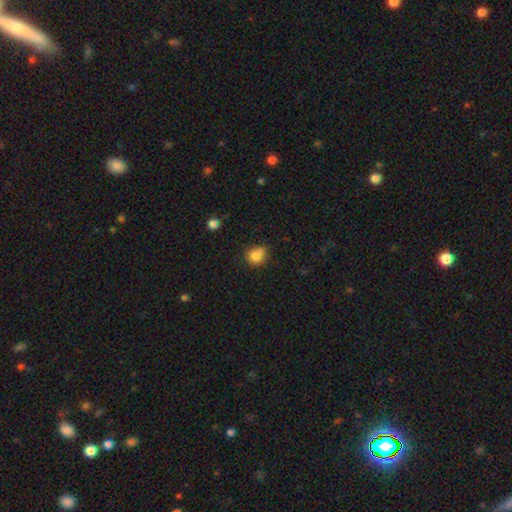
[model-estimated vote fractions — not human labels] Smooth or featured? Predicted: smooth (p=0.84). How rounded? Predicted: round (p=0.67). Merging? Predicted: none (p=0.62).